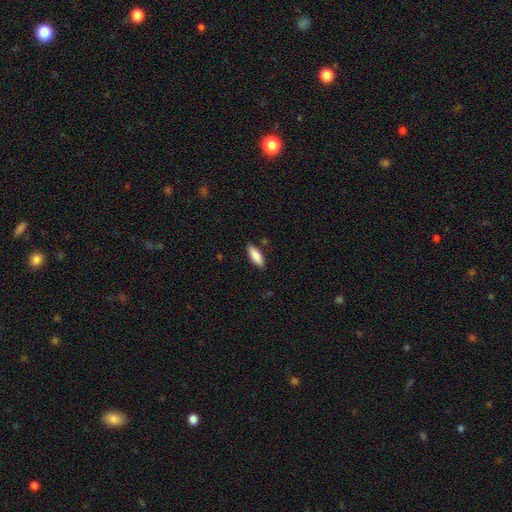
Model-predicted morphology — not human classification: Smooth or featured? smooth (86%)
How rounded? in between (68%)
Merging? none (86%)